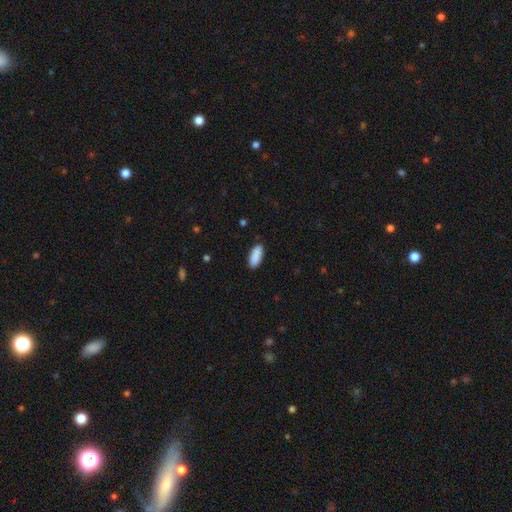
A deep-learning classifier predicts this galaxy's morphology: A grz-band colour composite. It shows a smooth galaxy with no disk features (90%) that is in between round and cigar-shaped (82%). Merging: none (87%).